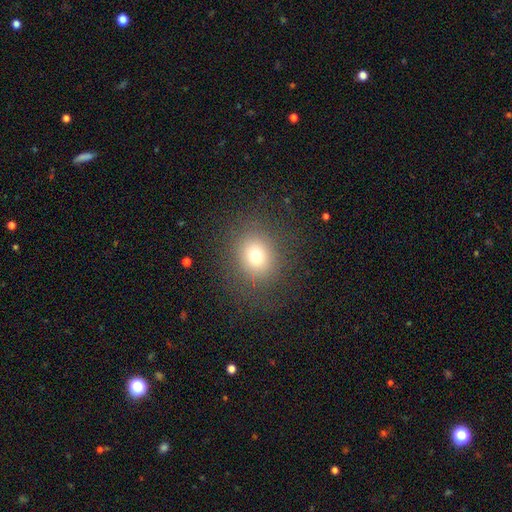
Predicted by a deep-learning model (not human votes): A smooth galaxy with no disk features (72%) that is round (72%).

Vote fractions:
- Smooth or featured? smooth: 72% / star or artifact: 16% / featured or disk: 12%
- How rounded? round: 72% / in between: 27% / cigar-shaped: 1%
- Merging? none: 82% / minor disturbance: 10% / major disturbance: 7% / merger: 1%